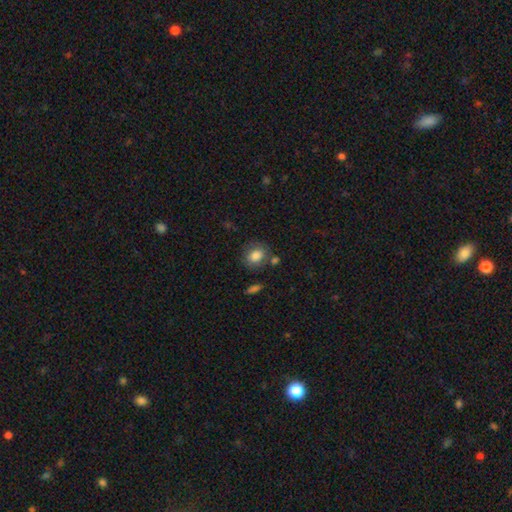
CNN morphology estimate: Smooth or featured?
  - smooth: 83% *
  - star or artifact: 9%
  - featured or disk: 8%
How rounded?
  - round: 61% *
  - in between: 37%
  - cigar-shaped: 1%
Merging?
  - none: 73% *
  - minor disturbance: 15%
  - merger: 8%
  - major disturbance: 5%